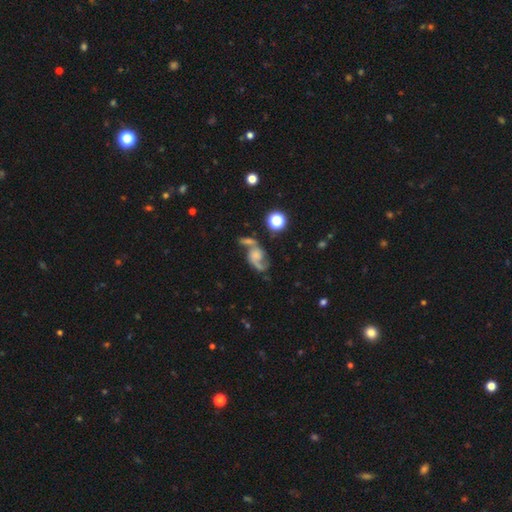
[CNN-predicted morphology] Smooth or featured: featured or disk — 70% (smooth — 18%)
Edge-on disk: no — 97% (yes — 3%)
Bar: no — 68% (weak — 26%)
Spiral arms: yes — 90% (no — 10%)
Spiral winding: loose — 64% (medium — 29%)
Spiral arm count: 2 — 83% (1 — 11%)
Bulge size: none — 43% (small — 21%)
Merging: none — 34% (merger — 31%)